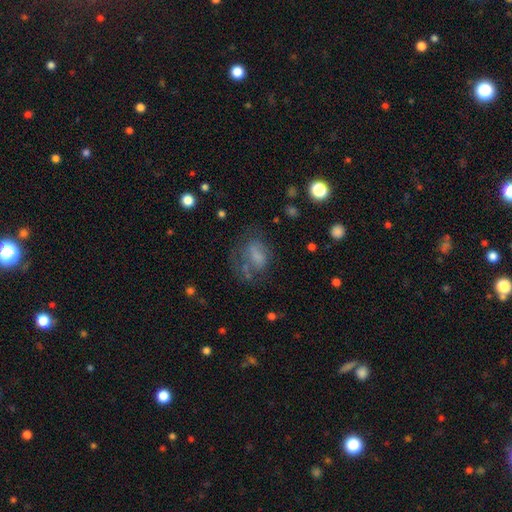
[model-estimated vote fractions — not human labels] smooth_or_featured: smooth (p=0.51) [alt: featured or disk p=0.33]
how_rounded: in between (p=0.72) [alt: round p=0.25]
merging: none (p=0.40) [alt: major disturbance p=0.32]